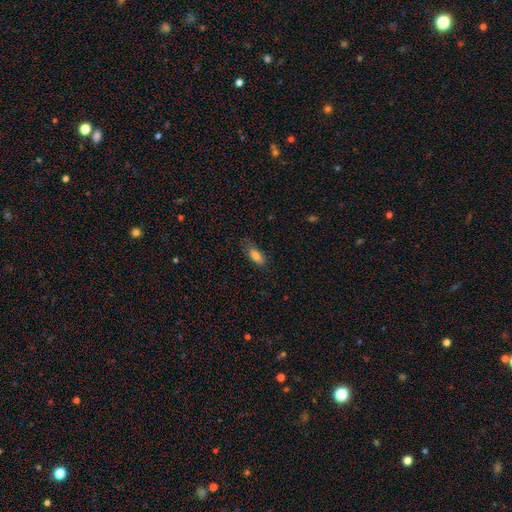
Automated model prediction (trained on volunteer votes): Morphology: type=smooth (81%); roundness=in between (76%); merging=none (69%).